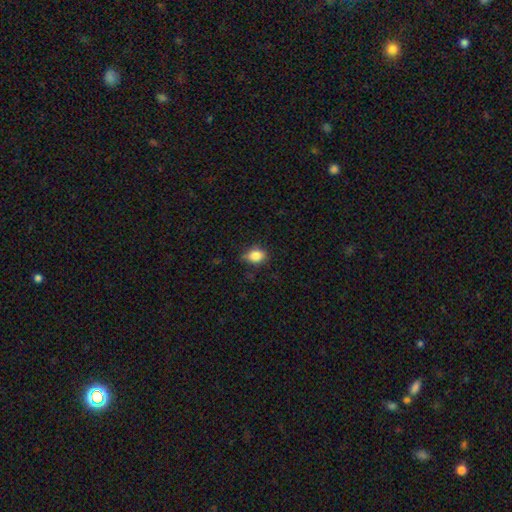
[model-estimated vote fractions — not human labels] smooth 84%, star or artifact 10%, featured or disk 7%. Down the decision tree: how rounded — in between (66%); merging — none (66%).